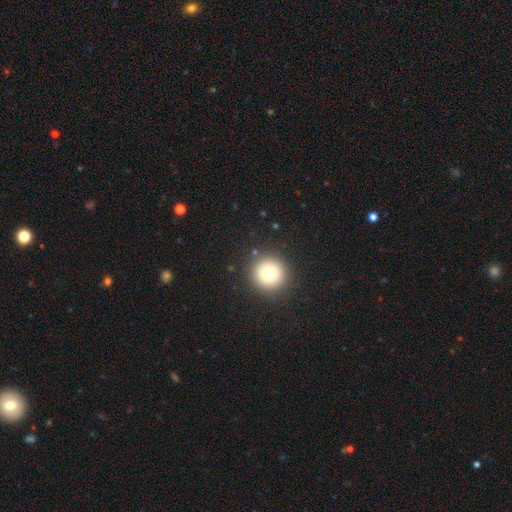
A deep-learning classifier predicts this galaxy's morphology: smooth-or-featured: smooth: 75% | star or artifact: 17% | featured or disk: 8%
  how-rounded: round: 94% | in between: 5% | cigar-shaped: 1%
  merging: none: 92% | minor disturbance: 5% | major disturbance: 2% | merger: 1%